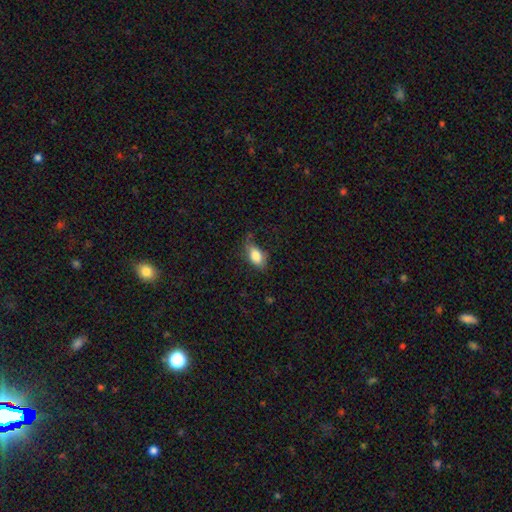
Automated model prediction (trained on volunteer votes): Smooth or featured? Predicted: smooth (p=0.81). How rounded? Predicted: in between (p=0.89). Merging? Predicted: none (p=0.57).